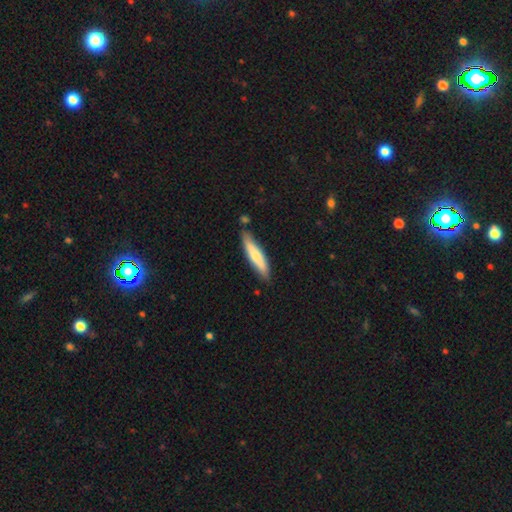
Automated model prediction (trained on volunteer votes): smooth 67%, featured or disk 28%, star or artifact 5%. Down the decision tree: how rounded — cigar-shaped (84%); merging — none (80%).